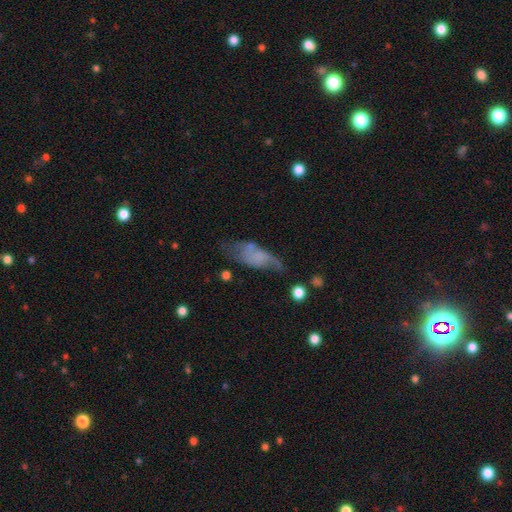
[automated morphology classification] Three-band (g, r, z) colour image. It shows a featured or disk galaxy (46%). Merging: none (38%).